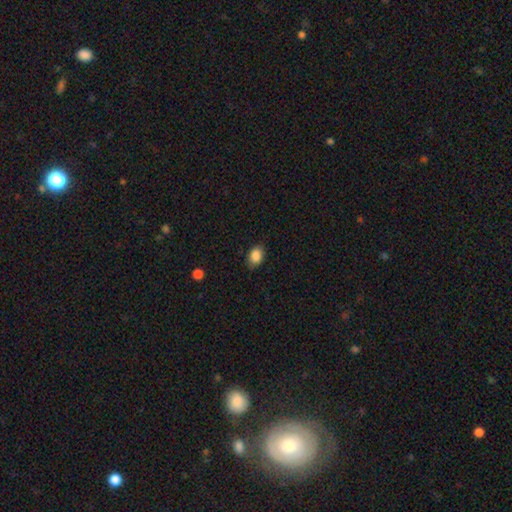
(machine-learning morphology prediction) smooth_or_featured: smooth (p=0.87) [alt: star or artifact p=0.08]
how_rounded: in between (p=0.78) [alt: round p=0.21]
merging: none (p=0.83) [alt: minor disturbance p=0.13]